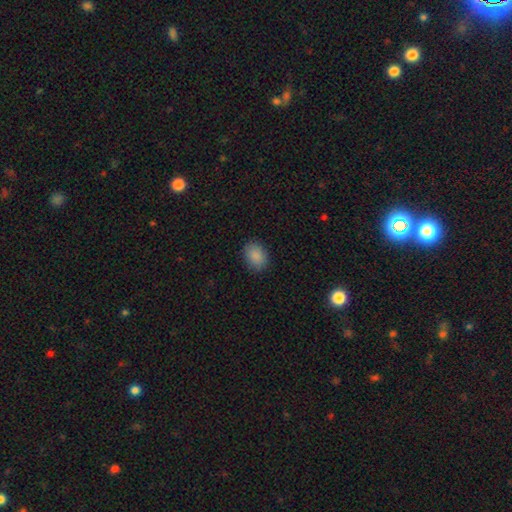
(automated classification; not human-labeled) A smooth galaxy with no disk features (88%) that is in between round and cigar-shaped (69%).

Vote fractions:
- Smooth or featured? smooth: 88% / star or artifact: 8% / featured or disk: 3%
- How rounded? in between: 69% / round: 30% / cigar-shaped: 1%
- Merging? none: 87% / minor disturbance: 10% / major disturbance: 2% / merger: 1%